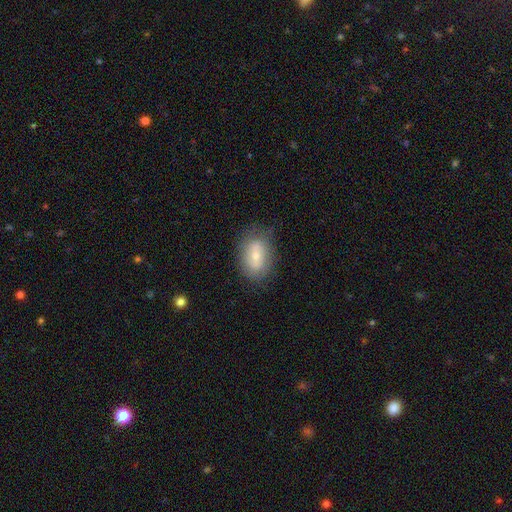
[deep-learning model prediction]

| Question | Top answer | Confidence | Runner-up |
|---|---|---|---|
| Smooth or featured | smooth | 48% | featured or disk (44%) |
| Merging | none | 74% | minor disturbance (18%) |